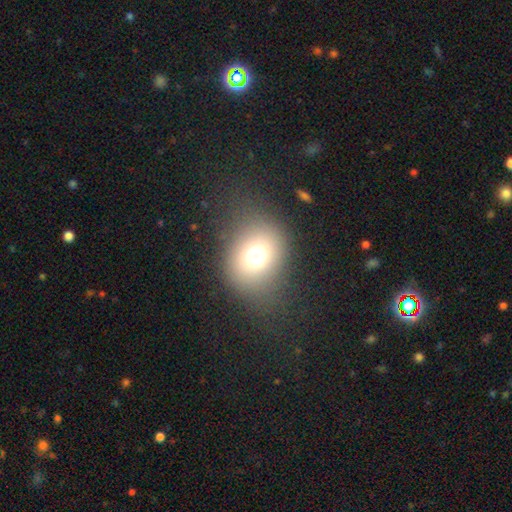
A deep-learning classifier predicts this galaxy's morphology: type=smooth (70%); roundness=round (56%); merging=none (72%).